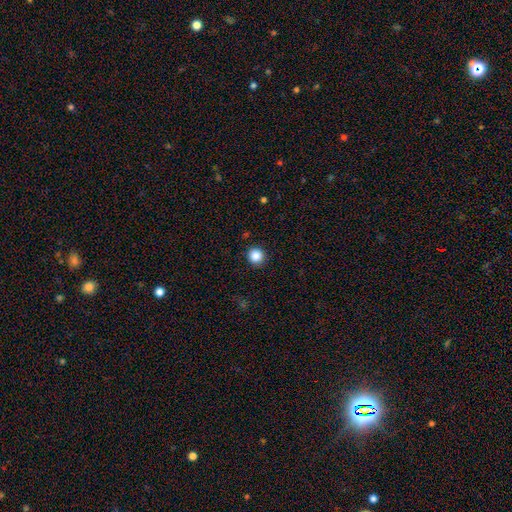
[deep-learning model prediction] A smooth galaxy with no disk features (86%) that is round (95%). Merging: none (92%).